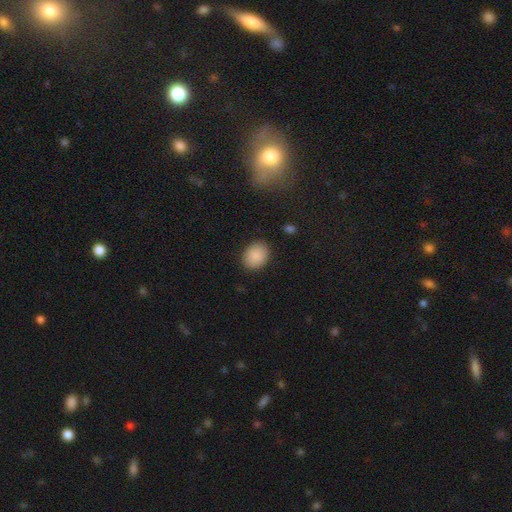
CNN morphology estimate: Smooth or featured? Predicted: smooth (p=0.88). How rounded? Predicted: in between (p=0.56). Merging? Predicted: none (p=0.87).